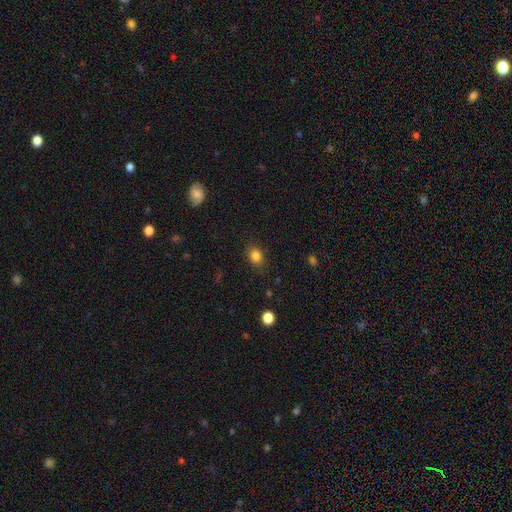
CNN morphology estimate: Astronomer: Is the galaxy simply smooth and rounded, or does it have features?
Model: smooth — 83%.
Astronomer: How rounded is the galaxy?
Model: in between — 59% (runner-up: round, 40%).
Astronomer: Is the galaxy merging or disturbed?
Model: none — 82%.